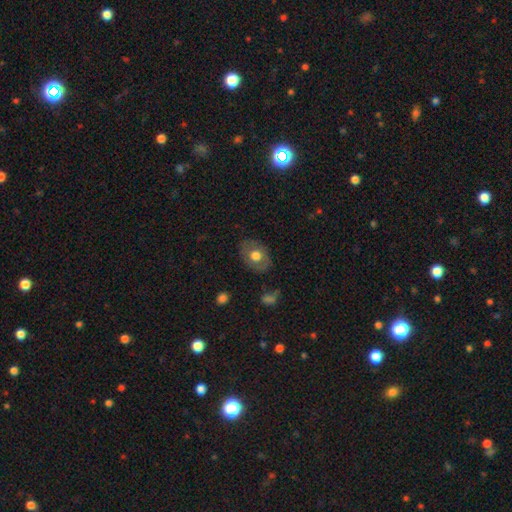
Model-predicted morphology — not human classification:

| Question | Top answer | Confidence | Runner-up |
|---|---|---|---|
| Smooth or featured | smooth | 62% | featured or disk (31%) |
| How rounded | in between | 65% | round (34%) |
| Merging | none | 79% | minor disturbance (14%) |